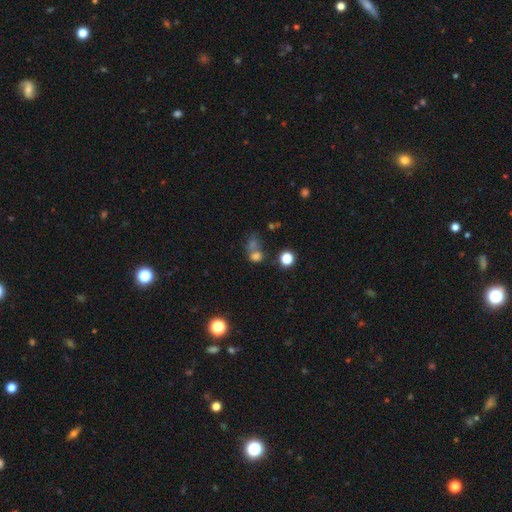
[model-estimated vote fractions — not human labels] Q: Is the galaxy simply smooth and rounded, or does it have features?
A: smooth — 68%.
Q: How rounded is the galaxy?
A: round — 60%.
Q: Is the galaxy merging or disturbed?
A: merger — 44%.